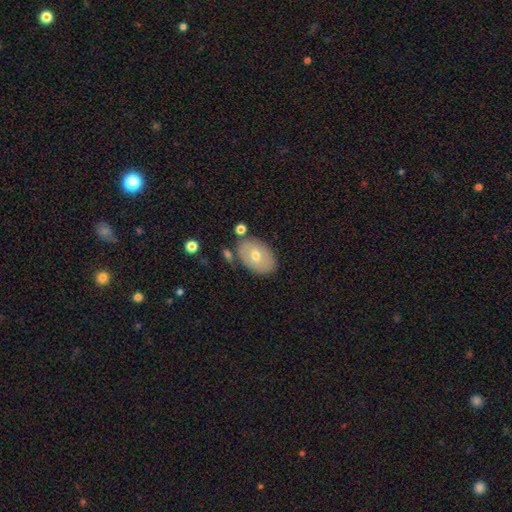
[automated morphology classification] This is likely a smooth galaxy (64%). How rounded: clearly in between (87%). Merging: likely none (76%).